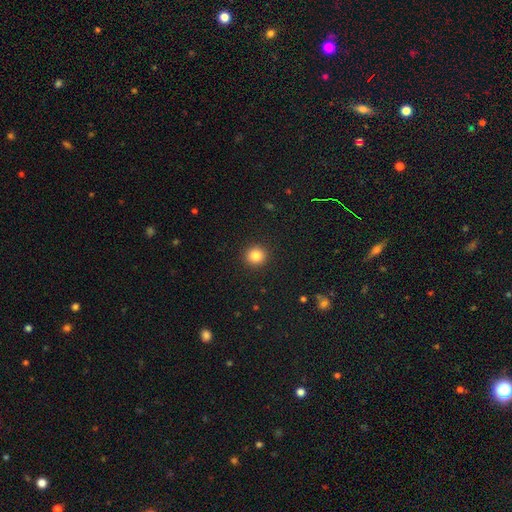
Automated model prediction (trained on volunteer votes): A smooth galaxy with no disk features (84%) that is round (93%). Merging: none (93%).